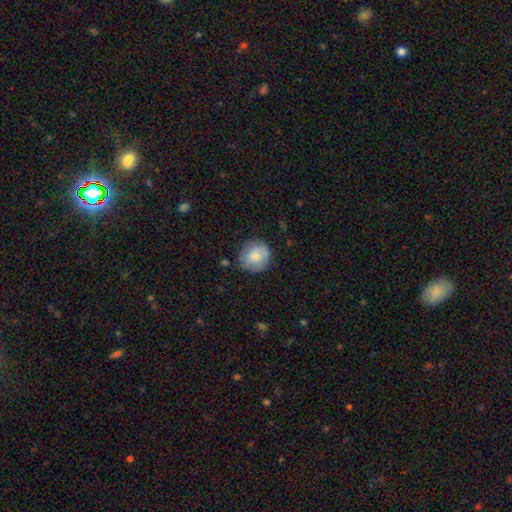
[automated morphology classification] Smooth or featured?
  - smooth: 74% *
  - featured or disk: 19%
  - star or artifact: 7%
How rounded?
  - round: 89% *
  - in between: 10%
  - cigar-shaped: 1%
Merging?
  - none: 73% *
  - minor disturbance: 20%
  - major disturbance: 5%
  - merger: 2%